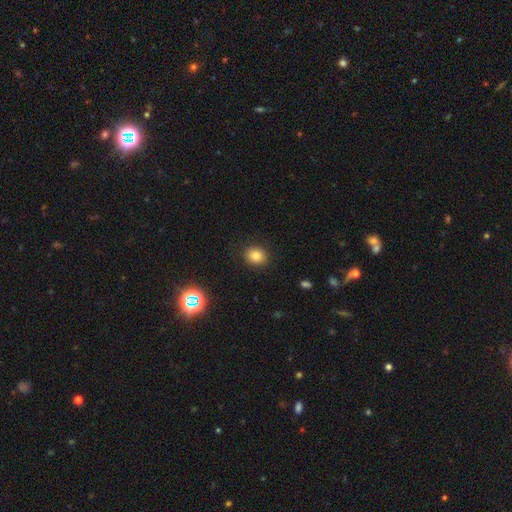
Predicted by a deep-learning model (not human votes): Smooth or featured? Predicted: smooth (p=0.81). How rounded? Predicted: round (p=0.67). Merging? Predicted: none (p=0.89).